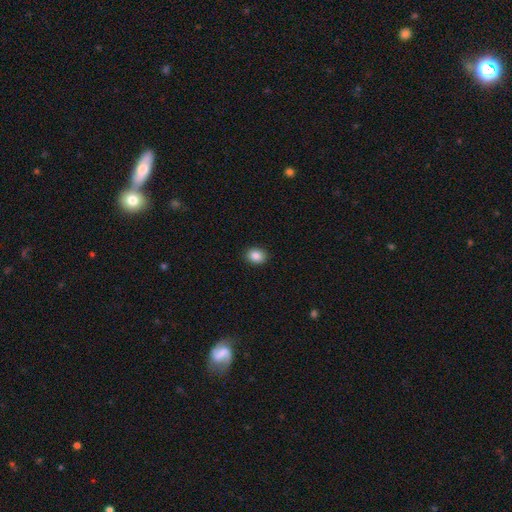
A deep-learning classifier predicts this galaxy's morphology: A smooth galaxy with no disk features (87%) that is in between round and cigar-shaped (50%).

Vote fractions:
- Smooth or featured? smooth: 87% / star or artifact: 9% / featured or disk: 4%
- How rounded? in between: 50% / round: 49% / cigar-shaped: 1%
- Merging? none: 90% / minor disturbance: 7% / major disturbance: 2% / merger: 1%